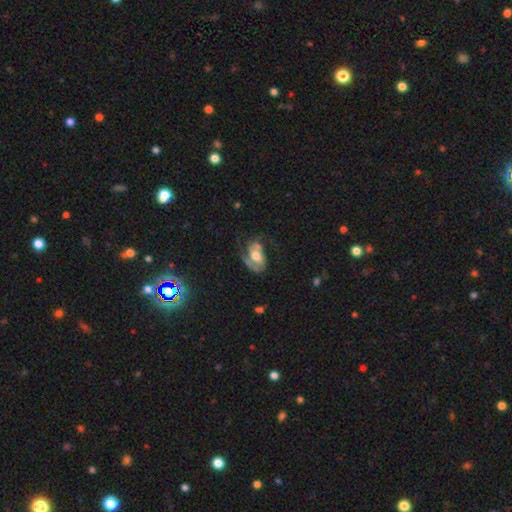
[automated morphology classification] The model was most divided on "merging": none: 38%, major disturbance: 36%, minor disturbance: 22%, merger: 4%. Remaining: edge-on disk — no (95%); spiral arms — yes (80%); smooth or featured — featured or disk (68%); bulge size — moderate (61%); bar — no (58%); spiral arm count — 1 (46%); spiral winding — medium (39%).